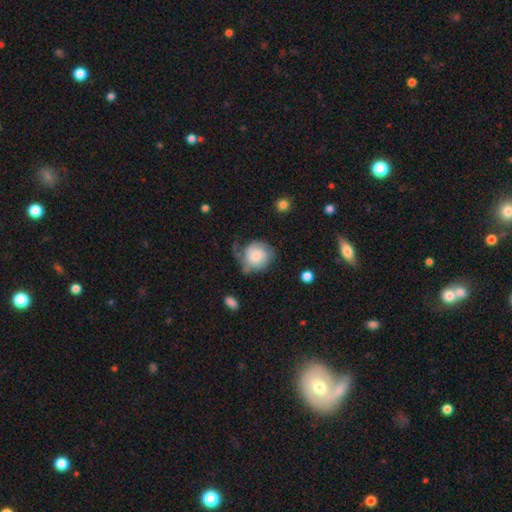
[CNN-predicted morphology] smooth-or-featured: featured or disk: 48% | smooth: 44% | star or artifact: 8%
  merging: none: 42% | minor disturbance: 30% | major disturbance: 25% | merger: 4%